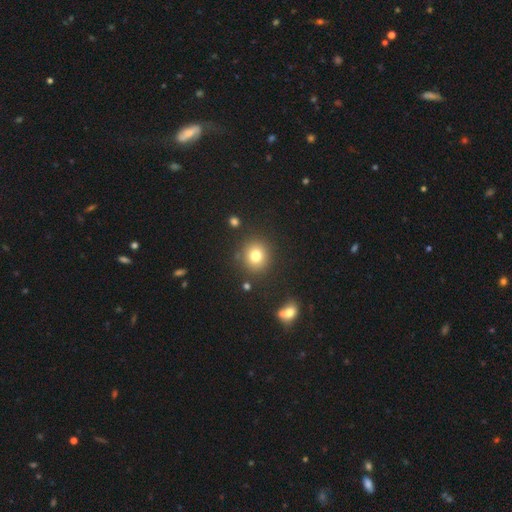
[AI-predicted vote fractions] Smooth or featured: smooth — 78% (star or artifact — 14%)
How rounded: round — 87% (in between — 12%)
Merging: none — 86% (minor disturbance — 7%)